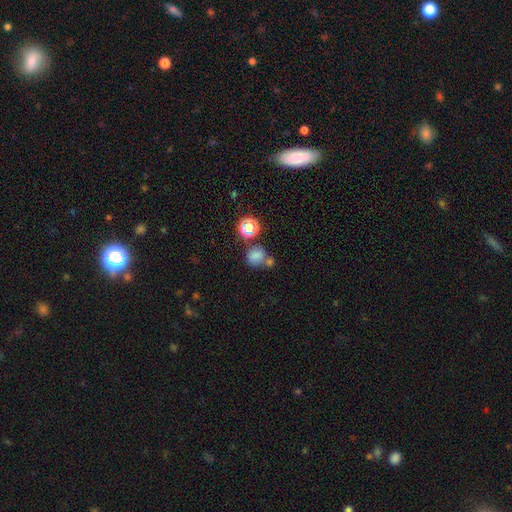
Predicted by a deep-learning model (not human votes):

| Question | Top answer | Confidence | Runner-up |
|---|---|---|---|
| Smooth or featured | smooth | 73% | star or artifact (18%) |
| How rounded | round | 65% | in between (33%) |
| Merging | none | 48% | merger (32%) |